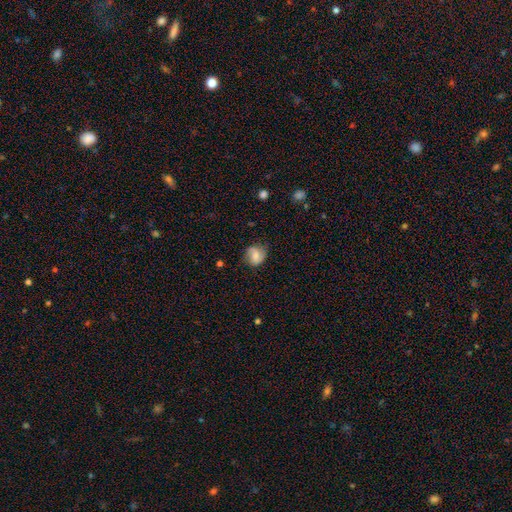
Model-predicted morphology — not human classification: smooth_or_featured: smooth (p=0.59) [alt: featured or disk p=0.32]
how_rounded: round (p=0.71) [alt: in between p=0.28]
merging: none (p=0.66) [alt: minor disturbance p=0.25]